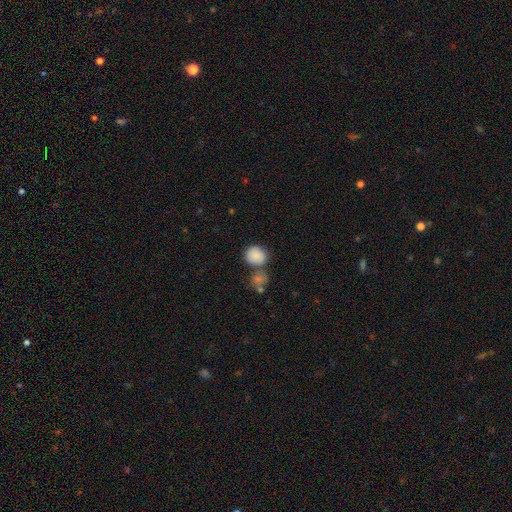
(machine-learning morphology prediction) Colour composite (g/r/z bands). It shows a smooth galaxy with no disk features (86%) that is round (74%). Merging: none (55%).